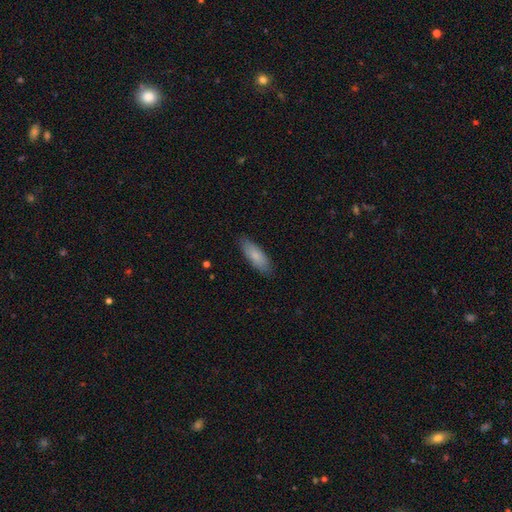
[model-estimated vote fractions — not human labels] smooth-or-featured: smooth: 80% | featured or disk: 14% | star or artifact: 6%
  how-rounded: in between: 58% | cigar-shaped: 40% | round: 2%
  merging: none: 85% | minor disturbance: 12% | major disturbance: 2% | merger: 1%